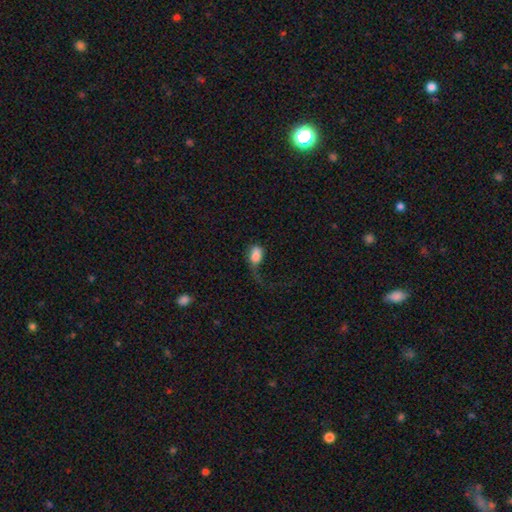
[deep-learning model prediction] Smooth or featured? Predicted: smooth (p=0.78). How rounded? Predicted: in between (p=0.86). Merging? Predicted: major disturbance (p=0.54).